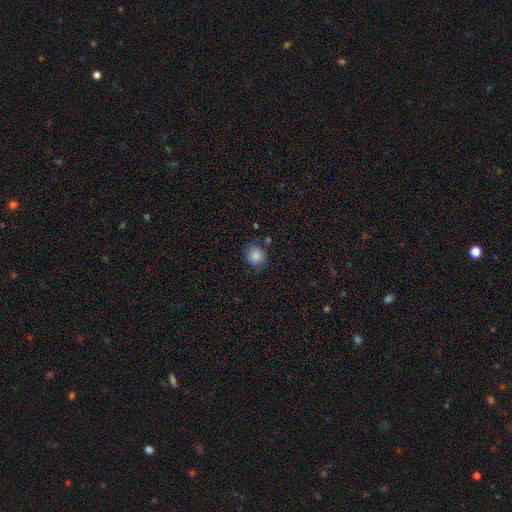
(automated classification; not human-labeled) Smooth or featured?
  - smooth: 85% *
  - star or artifact: 10%
  - featured or disk: 6%
How rounded?
  - round: 82% *
  - in between: 17%
  - cigar-shaped: 1%
Merging?
  - none: 75% *
  - minor disturbance: 17%
  - major disturbance: 4%
  - merger: 3%